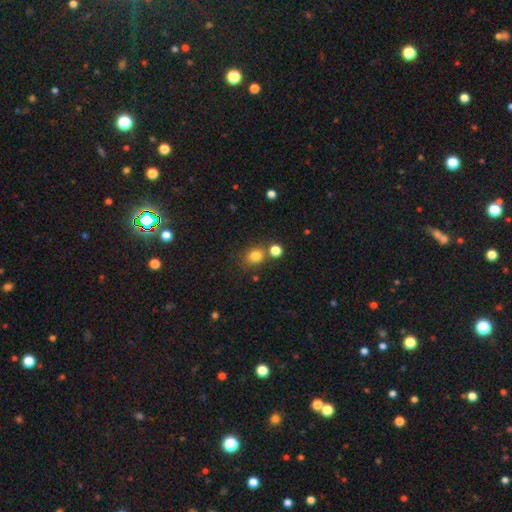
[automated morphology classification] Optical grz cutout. It shows a smooth galaxy with no disk features (80%) that is round (66%). Merging: none (67%).